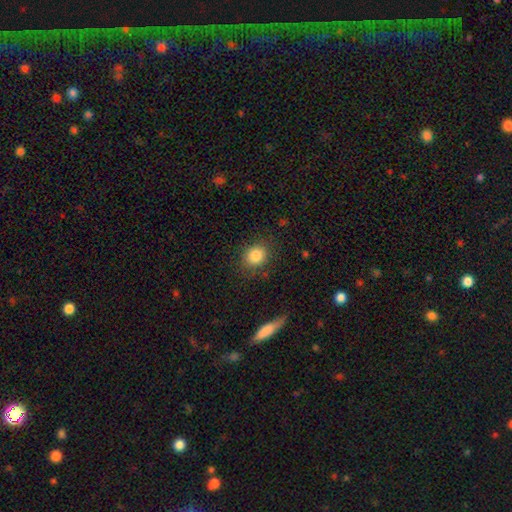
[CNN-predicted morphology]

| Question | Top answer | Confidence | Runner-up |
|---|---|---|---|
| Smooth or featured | smooth | 84% | star or artifact (9%) |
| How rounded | round | 63% | in between (36%) |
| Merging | none | 83% | minor disturbance (12%) |